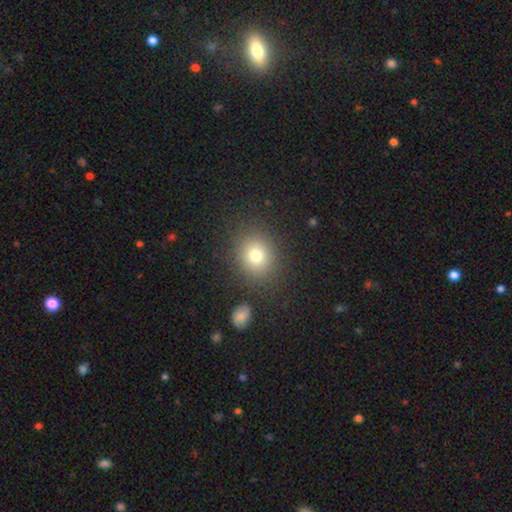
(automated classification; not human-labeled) Smooth or featured? Predicted: smooth (p=0.76). How rounded? Predicted: round (p=0.72). Merging? Predicted: none (p=0.84).